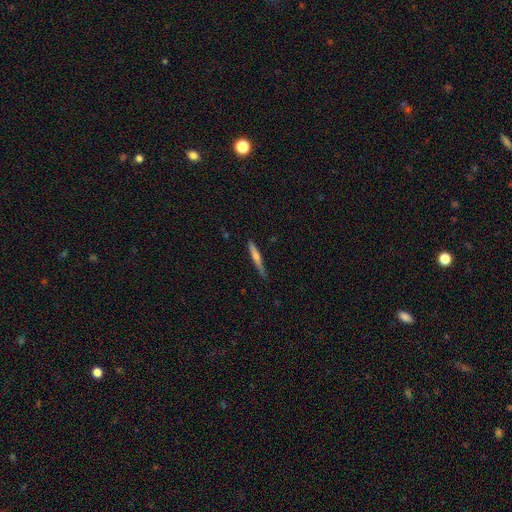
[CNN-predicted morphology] The model was most divided on "smooth or featured": smooth: 51%, featured or disk: 43%, star or artifact: 6%. More confident: how rounded — cigar-shaped (94%); merging — none (83%).